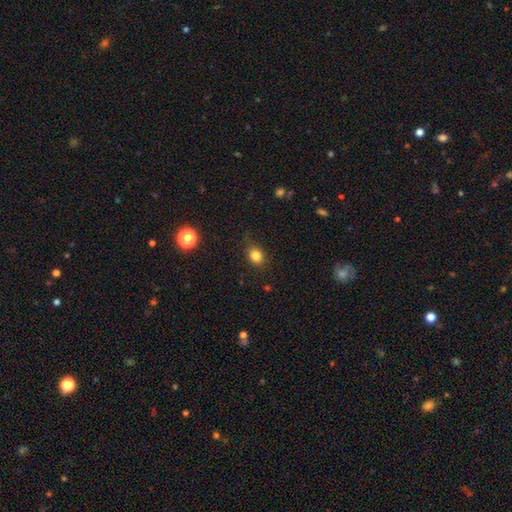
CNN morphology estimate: Smooth or featured: smooth — 82% (star or artifact — 12%)
How rounded: round — 61% (in between — 38%)
Merging: none — 81% (minor disturbance — 15%)